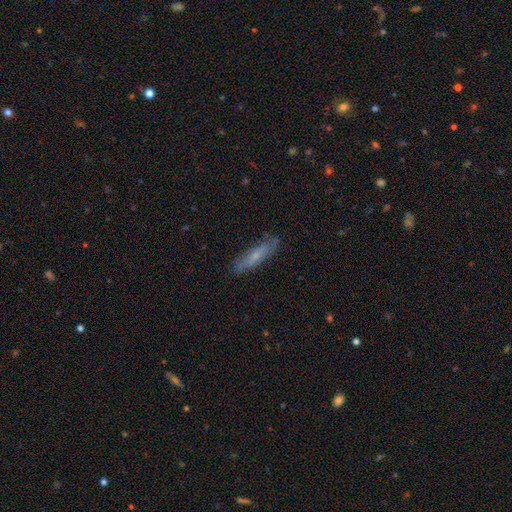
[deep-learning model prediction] smooth-or-featured: smooth: 53% | featured or disk: 40% | star or artifact: 7%
  how-rounded: cigar-shaped: 81% | in between: 17% | round: 2%
  merging: none: 82% | minor disturbance: 14% | major disturbance: 3% | merger: 1%